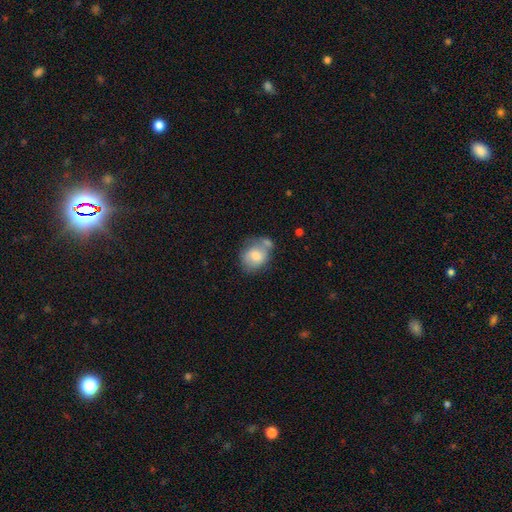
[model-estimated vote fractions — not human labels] smooth_or_featured: smooth (p=0.70) [alt: featured or disk p=0.22]
how_rounded: round (p=0.51) [alt: in between p=0.48]
merging: none (p=0.41) [alt: merger p=0.29]